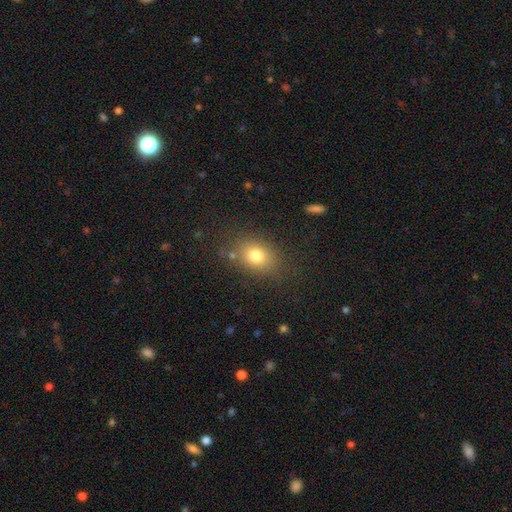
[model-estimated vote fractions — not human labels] smooth-or-featured: smooth: 77% | star or artifact: 13% | featured or disk: 10%
  how-rounded: in between: 60% | round: 38% | cigar-shaped: 1%
  merging: none: 80% | minor disturbance: 12% | major disturbance: 5% | merger: 2%